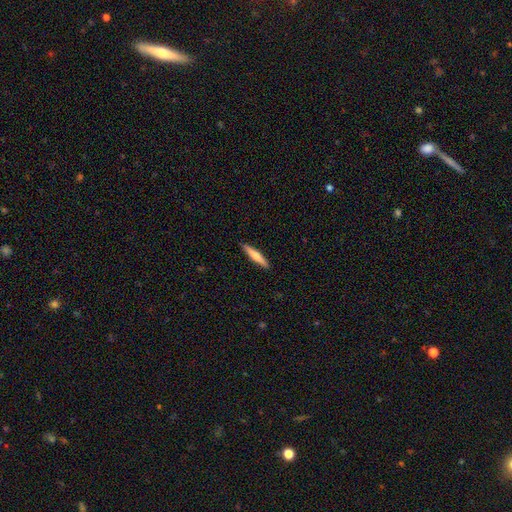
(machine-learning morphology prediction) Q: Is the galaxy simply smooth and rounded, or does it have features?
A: smooth — 64%.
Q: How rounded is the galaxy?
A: cigar-shaped — 90%.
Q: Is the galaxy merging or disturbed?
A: none — 90%.